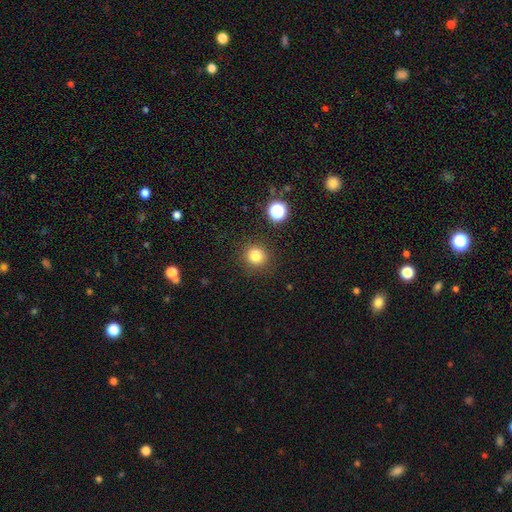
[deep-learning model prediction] The model was most divided on "smooth or featured": smooth: 80%, star or artifact: 14%, featured or disk: 6%. More confident: how rounded — round (91%); merging — none (89%).